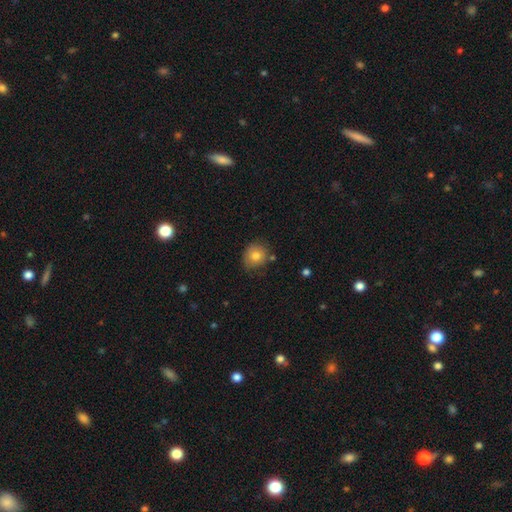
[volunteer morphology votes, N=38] Smooth or featured?
  - smooth: 74% *
  - featured or disk: 18%
  - star or artifact: 8%
How rounded?
  - round: 79% *
  - in between: 21%
  - cigar-shaped: 0%
Merging?
  - none: 46% *
  - minor disturbance: 37%
  - major disturbance: 11%
  - merger: 6%